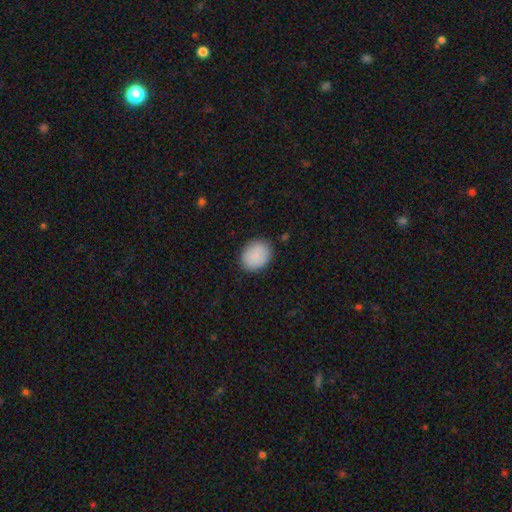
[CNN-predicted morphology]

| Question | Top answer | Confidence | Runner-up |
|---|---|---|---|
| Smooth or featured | smooth | 87% | star or artifact (7%) |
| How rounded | round | 61% | in between (38%) |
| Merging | none | 87% | minor disturbance (9%) |